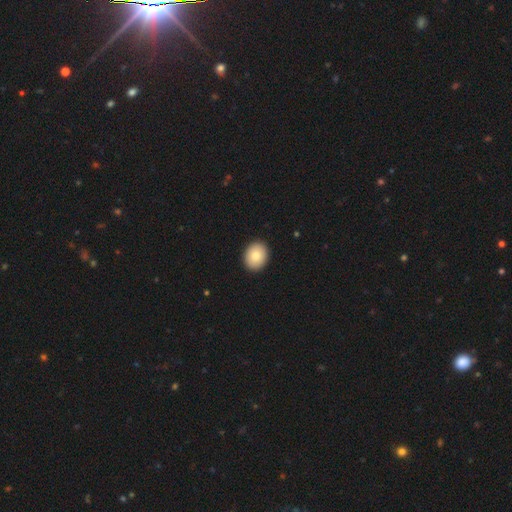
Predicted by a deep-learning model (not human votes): smooth 84%, featured or disk 9%, star or artifact 7%. Down the decision tree: how rounded — round (53%); merging — none (92%).